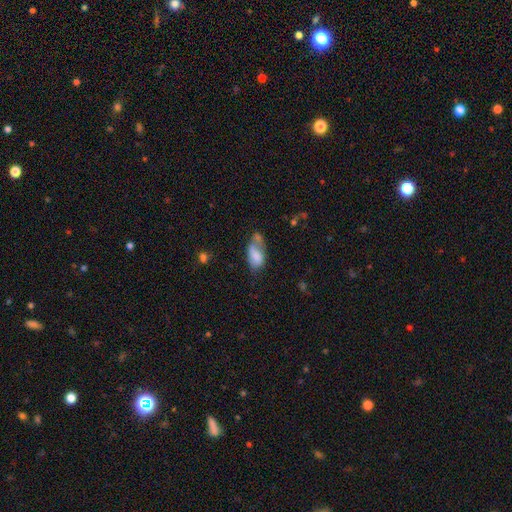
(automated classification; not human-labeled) smooth 73%, featured or disk 18%, star or artifact 9%. Down the decision tree: how rounded — in between (91%); merging — merger (31%).